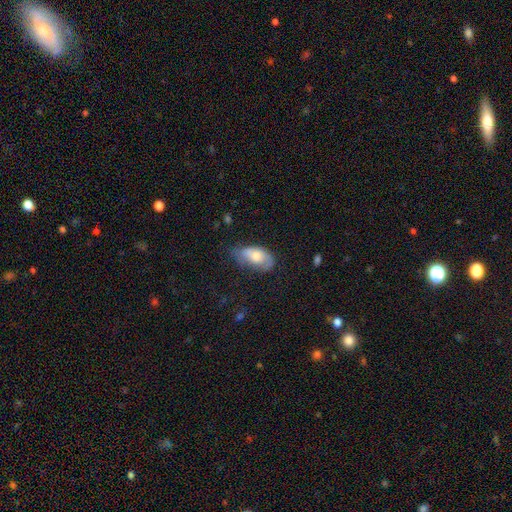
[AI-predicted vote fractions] A smooth galaxy with no disk features (61%) that is in between round and cigar-shaped (91%).

Vote fractions:
- Smooth or featured? smooth: 61% / featured or disk: 32% / star or artifact: 7%
- How rounded? in between: 91% / round: 5% / cigar-shaped: 4%
- Merging? none: 41% / minor disturbance: 39% / major disturbance: 17% / merger: 3%